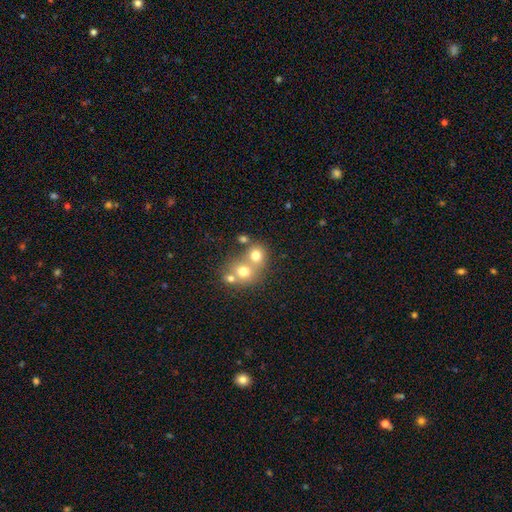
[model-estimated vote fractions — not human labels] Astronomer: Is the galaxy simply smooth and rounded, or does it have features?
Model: smooth — 70%.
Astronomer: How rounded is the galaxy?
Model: round — 77%.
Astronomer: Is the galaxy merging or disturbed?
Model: merger — 52% (runner-up: none, 39%).